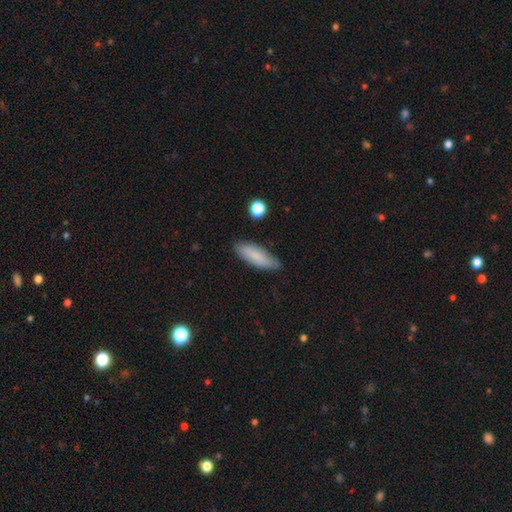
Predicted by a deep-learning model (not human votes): A smooth galaxy with no disk features (81%) that is in between round and cigar-shaped (52%). Merging: none (78%).